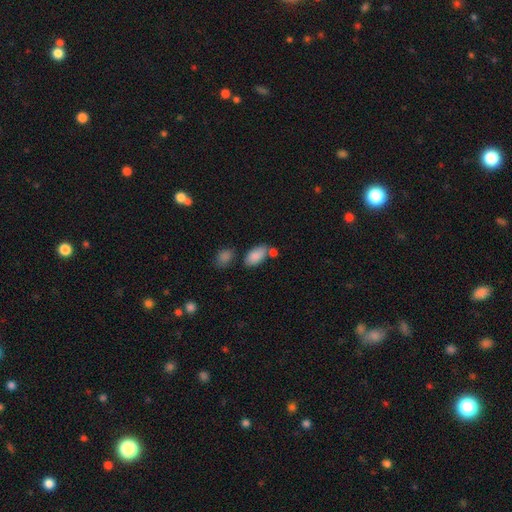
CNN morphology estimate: This is clearly a smooth galaxy (86%). How rounded: clearly in between (93%). Merging: possibly none (58%).